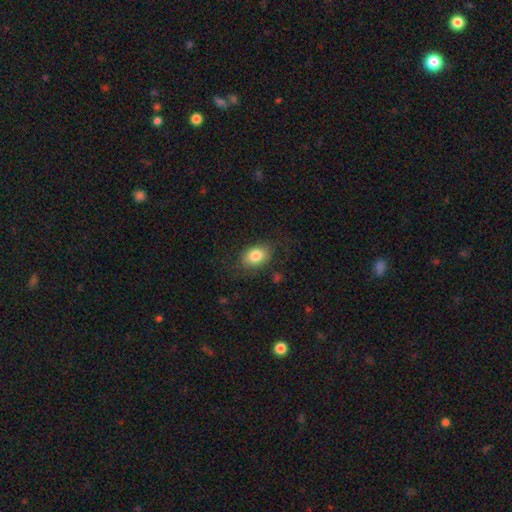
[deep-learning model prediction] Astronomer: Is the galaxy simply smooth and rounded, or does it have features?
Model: smooth — 81%.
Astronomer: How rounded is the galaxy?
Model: in between — 79%.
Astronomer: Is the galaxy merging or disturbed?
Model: none — 76%.